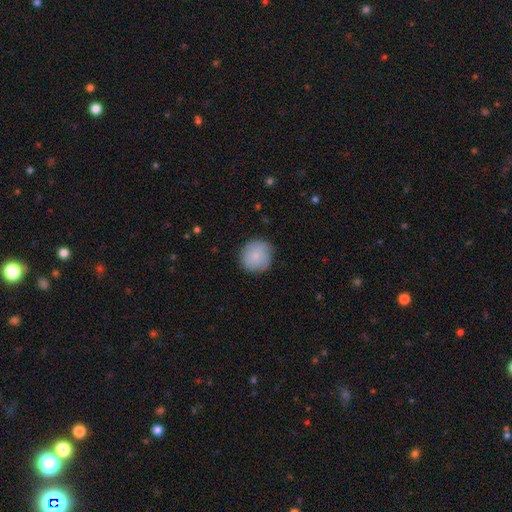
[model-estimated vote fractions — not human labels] This appears to be a smooth galaxy with no disk features (81%) that is round (92%). Merging: none (80%).